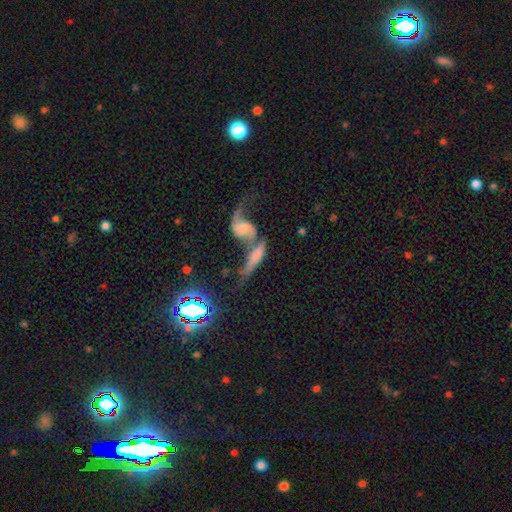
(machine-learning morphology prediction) This is possibly a featured or disk galaxy (49%). Merging: possibly merger (57%).